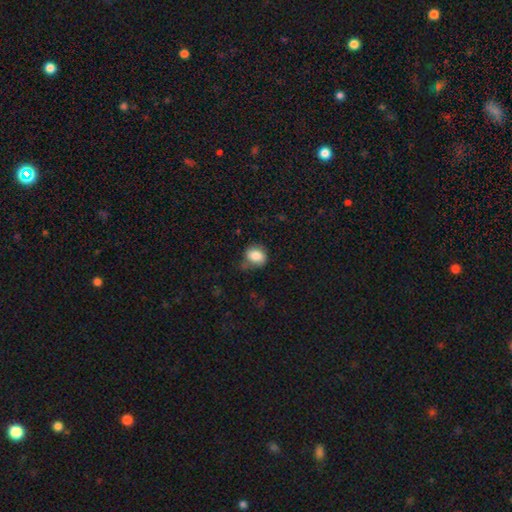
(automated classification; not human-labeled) smooth_or_featured: smooth (p=0.83) [alt: star or artifact p=0.09]
how_rounded: round (p=0.57) [alt: in between p=0.42]
merging: none (p=0.60) [alt: minor disturbance p=0.29]